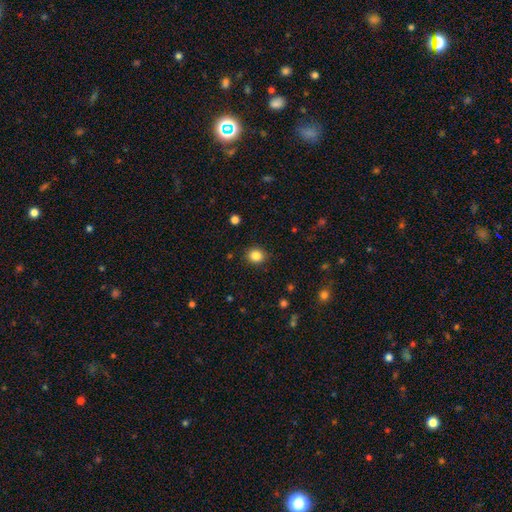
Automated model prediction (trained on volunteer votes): Smooth or featured: smooth — 85% (star or artifact — 11%)
How rounded: round — 81% (in between — 18%)
Merging: none — 89% (minor disturbance — 7%)